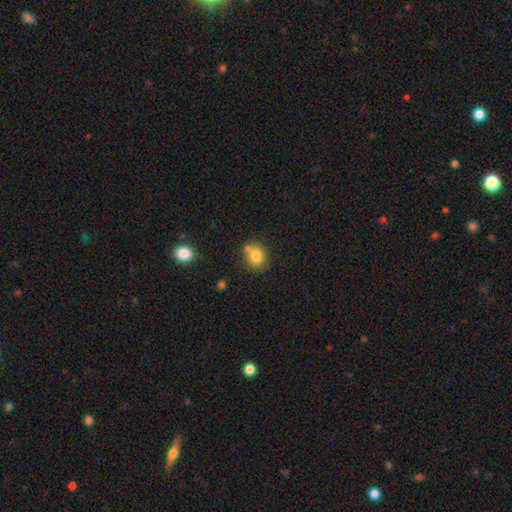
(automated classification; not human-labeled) smooth-or-featured: smooth: 79% | star or artifact: 10% | featured or disk: 10%
  how-rounded: round: 75% | in between: 25% | cigar-shaped: 1%
  merging: none: 56% | merger: 26% | minor disturbance: 14% | major disturbance: 4%